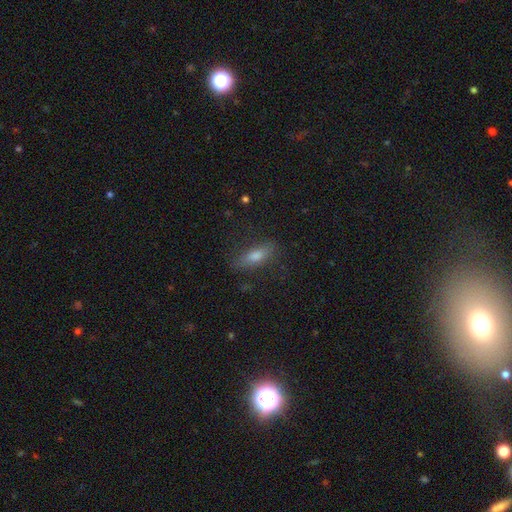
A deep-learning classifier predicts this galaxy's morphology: A smooth galaxy with no disk features (61%) that is cigar-shaped (49%). Merging: none (79%).